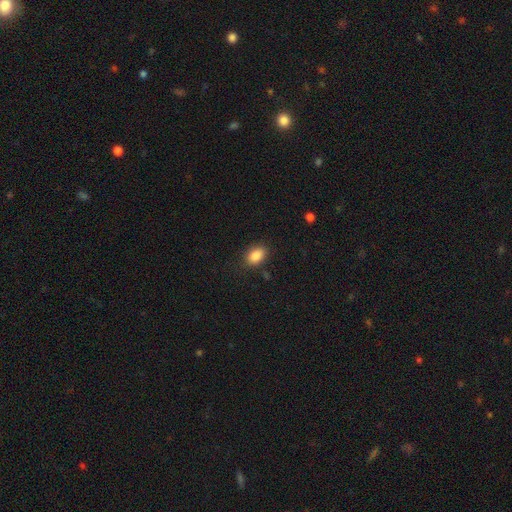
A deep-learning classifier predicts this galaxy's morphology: This is clearly a smooth galaxy (87%). How rounded: clearly in between (85%). Merging: clearly none (85%).